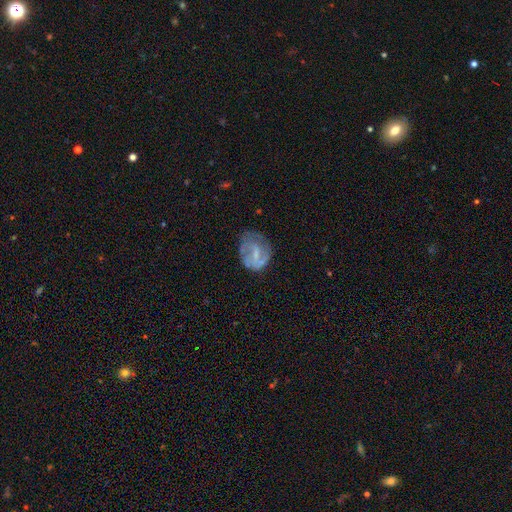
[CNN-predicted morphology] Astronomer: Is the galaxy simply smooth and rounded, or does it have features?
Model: featured or disk — 57% (runner-up: smooth, 35%).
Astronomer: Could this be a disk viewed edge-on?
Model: no — 97%.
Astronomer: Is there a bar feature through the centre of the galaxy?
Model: weak — 48% (runner-up: no, 37%).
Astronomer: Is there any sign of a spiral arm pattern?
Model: yes — 59% (runner-up: no, 41%).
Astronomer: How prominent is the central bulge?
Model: small — 46% (runner-up: none, 27%).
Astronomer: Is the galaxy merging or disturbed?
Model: none — 47% (runner-up: minor disturbance, 27%).